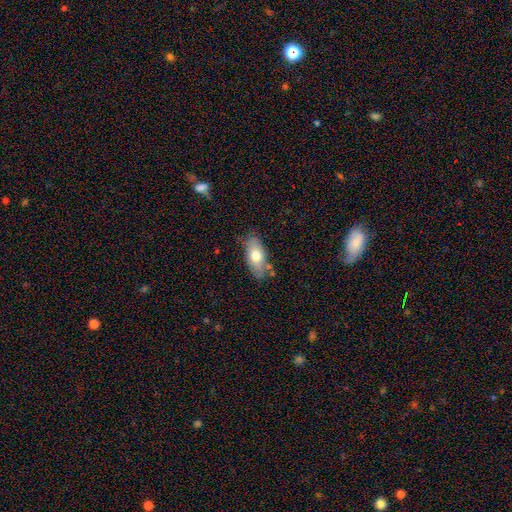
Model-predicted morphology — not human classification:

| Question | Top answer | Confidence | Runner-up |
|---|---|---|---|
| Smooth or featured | smooth | 70% | featured or disk (24%) |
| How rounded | in between | 88% | cigar-shaped (8%) |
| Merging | none | 74% | minor disturbance (17%) |